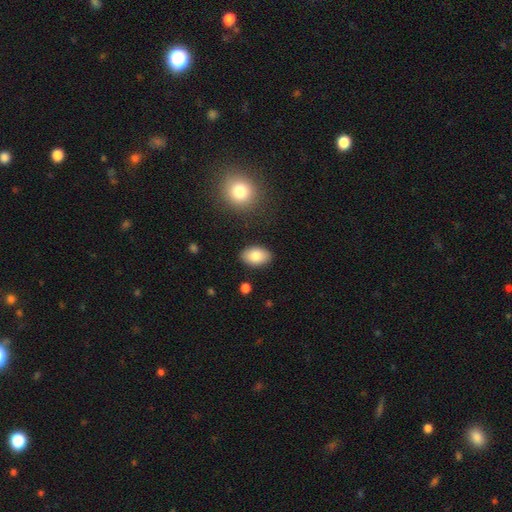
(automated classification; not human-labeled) Smooth or featured? Predicted: smooth (p=0.85). How rounded? Predicted: in between (p=0.91). Merging? Predicted: none (p=0.87).